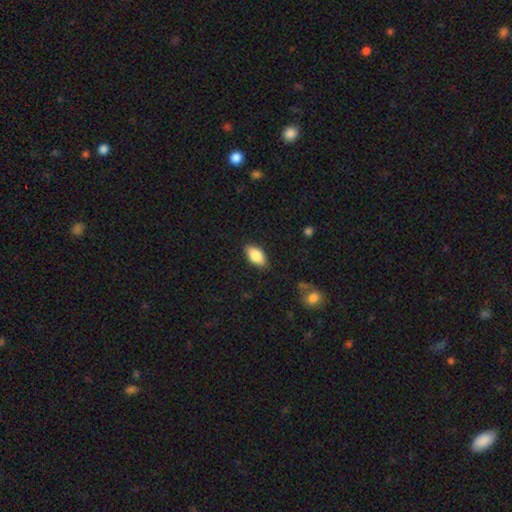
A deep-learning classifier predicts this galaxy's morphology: A smooth galaxy with no disk features (84%) that is in between round and cigar-shaped (91%).

Vote fractions:
- Smooth or featured? smooth: 84% / featured or disk: 9% / star or artifact: 7%
- How rounded? in between: 91% / cigar-shaped: 5% / round: 4%
- Merging? none: 85% / minor disturbance: 11% / major disturbance: 3% / merger: 1%